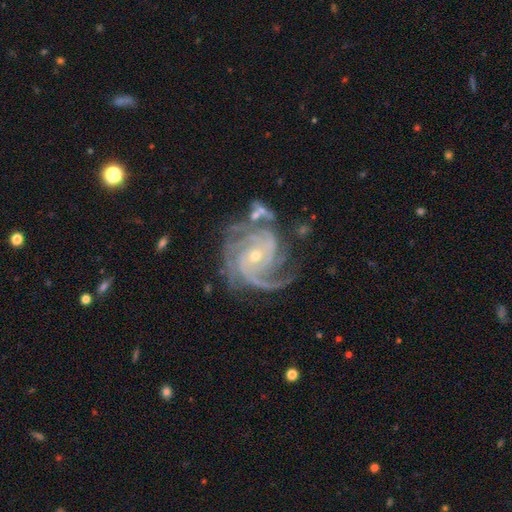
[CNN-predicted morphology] Overall: featured or disk (93%). Edge-on disk: no (98%). Bar: no (64%; weak 25%). Spiral arms: yes (99%). Spiral arm count: 3 (36%; 4 27%). Spiral winding: tight (65%; medium 30%). Bulge size: small (68%; moderate 30%). Merging: none (62%).